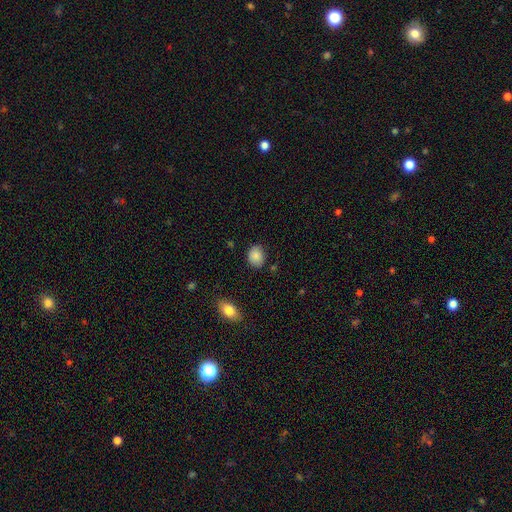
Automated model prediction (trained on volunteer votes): Morphology: type=smooth (86%); roundness=round (55%); merging=none (80%).